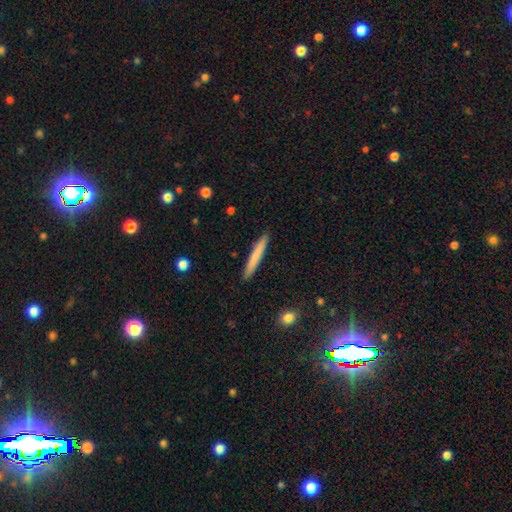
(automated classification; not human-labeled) smooth 73%, featured or disk 21%, star or artifact 5%. Down the decision tree: how rounded — cigar-shaped (96%); merging — none (92%).